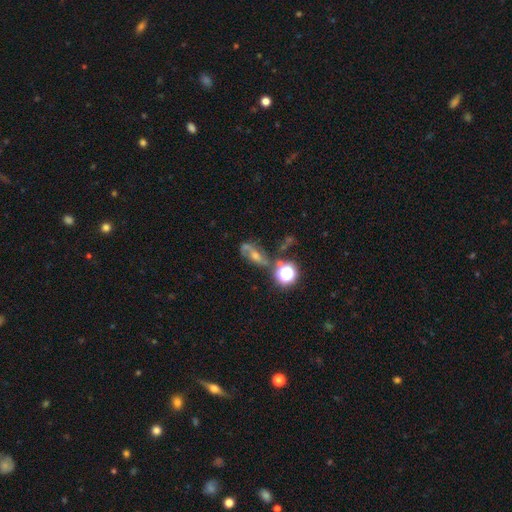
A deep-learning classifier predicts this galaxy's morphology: featured or disk 45%, star or artifact 32%, smooth 23%. Down the decision tree: merging — none (50%).